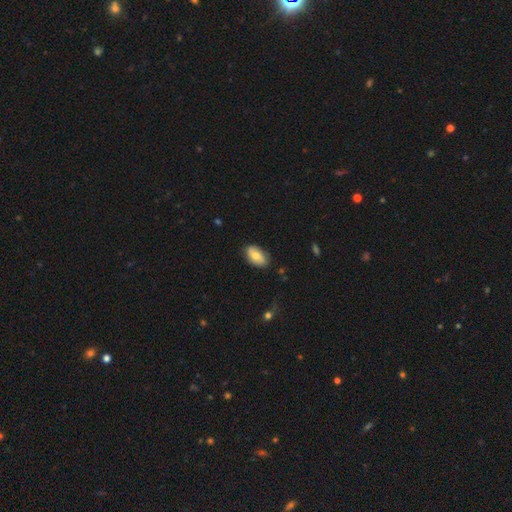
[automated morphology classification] Q: Smooth or featured?
A: smooth (69%); runner-up: featured or disk (24%)
Q: How rounded?
A: in between (93%); runner-up: round (5%)
Q: Merging?
A: none (81%); runner-up: minor disturbance (15%)